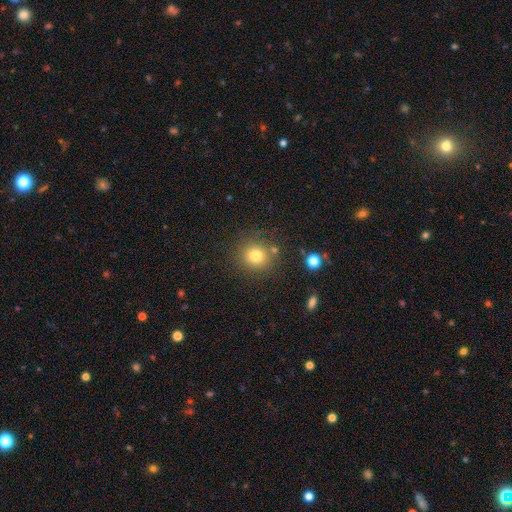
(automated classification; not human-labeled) smooth_or_featured: smooth (p=0.78) [alt: star or artifact p=0.14]
how_rounded: round (p=0.89) [alt: in between p=0.10]
merging: none (p=0.81) [alt: minor disturbance p=0.10]